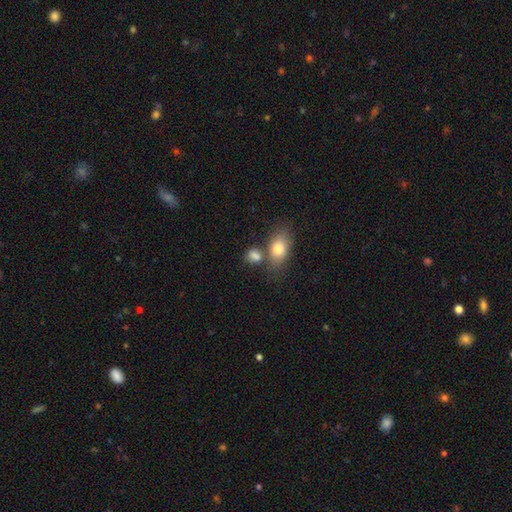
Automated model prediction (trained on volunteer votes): Smooth or featured?
  - smooth: 80% *
  - featured or disk: 11%
  - star or artifact: 10%
How rounded?
  - in between: 72% *
  - round: 24%
  - cigar-shaped: 4%
Merging?
  - none: 57% *
  - merger: 25%
  - minor disturbance: 14%
  - major disturbance: 5%